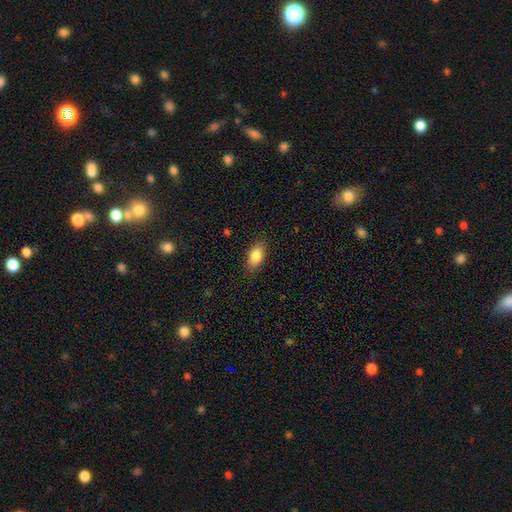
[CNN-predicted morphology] type=smooth (85%); roundness=in between (90%); merging=none (86%).